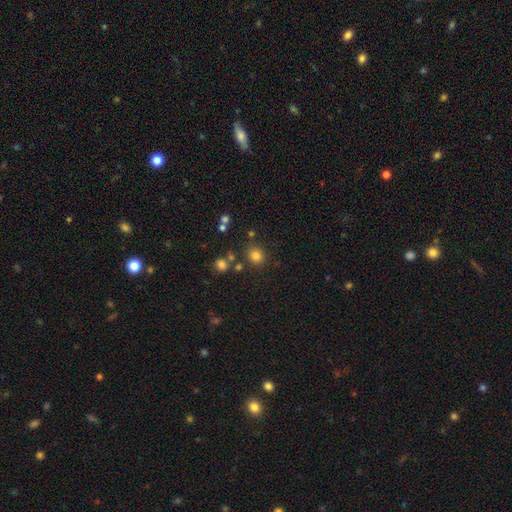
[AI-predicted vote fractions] smooth-or-featured: smooth: 79% | star or artifact: 15% | featured or disk: 6%
  how-rounded: round: 87% | in between: 12% | cigar-shaped: 1%
  merging: none: 82% | minor disturbance: 9% | merger: 6% | major disturbance: 3%